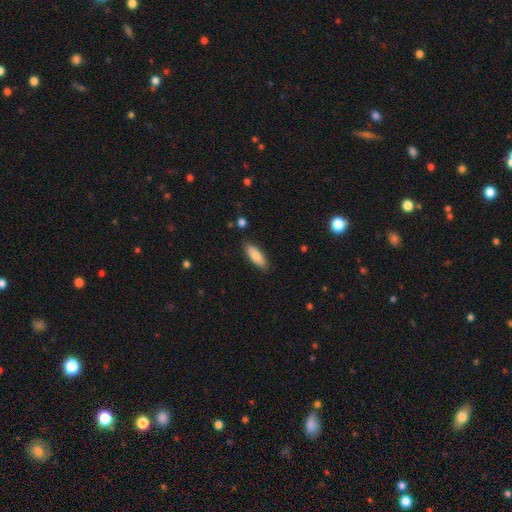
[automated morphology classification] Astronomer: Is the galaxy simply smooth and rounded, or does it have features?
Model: smooth — 80%.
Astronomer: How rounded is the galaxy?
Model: in between — 61% (runner-up: cigar-shaped, 37%).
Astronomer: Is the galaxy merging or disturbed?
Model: none — 86%.